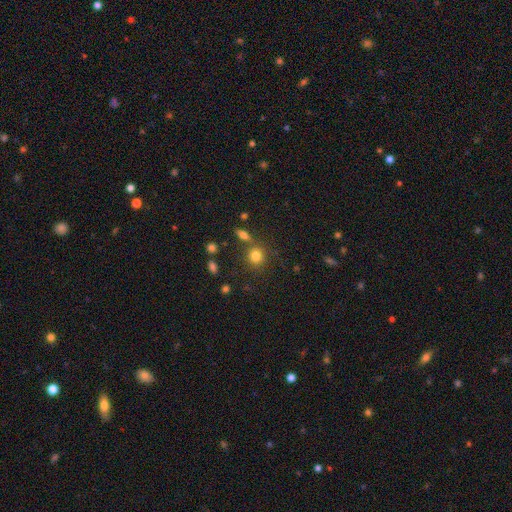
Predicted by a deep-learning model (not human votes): Smooth or featured?
  - smooth: 79% *
  - star or artifact: 13%
  - featured or disk: 8%
How rounded?
  - round: 84% *
  - in between: 15%
  - cigar-shaped: 1%
Merging?
  - none: 72% *
  - merger: 14%
  - minor disturbance: 11%
  - major disturbance: 4%